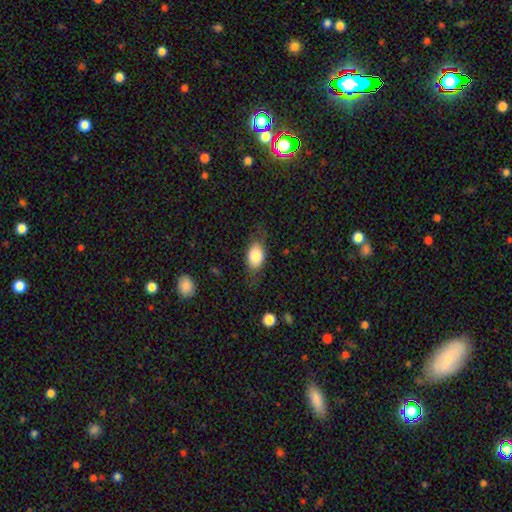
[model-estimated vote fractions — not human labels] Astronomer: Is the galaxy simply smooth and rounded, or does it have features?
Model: smooth — 78%.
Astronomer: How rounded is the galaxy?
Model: in between — 82%.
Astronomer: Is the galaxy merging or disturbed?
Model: none — 69%.